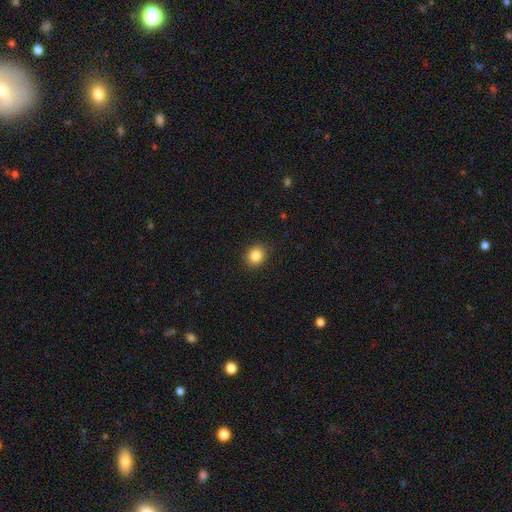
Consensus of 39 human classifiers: Q: Smooth or featured?
A: smooth (90%); runner-up: star or artifact (10%)
Q: How rounded?
A: round (74%); runner-up: in between (26%)
Q: Merging?
A: none (94%); runner-up: minor disturbance (3%)